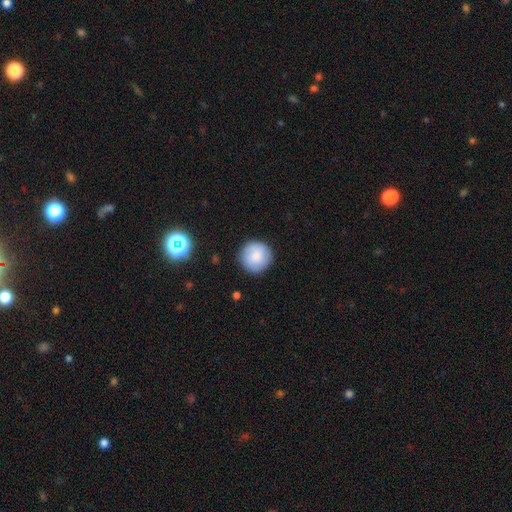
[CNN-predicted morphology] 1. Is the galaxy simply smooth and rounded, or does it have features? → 83% smooth, 10% featured or disk, 7% star or artifact.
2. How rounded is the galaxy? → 95% round, 4% in between, 1% cigar-shaped.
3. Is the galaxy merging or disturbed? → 89% none, 8% minor disturbance, 2% major disturbance, 1% merger.